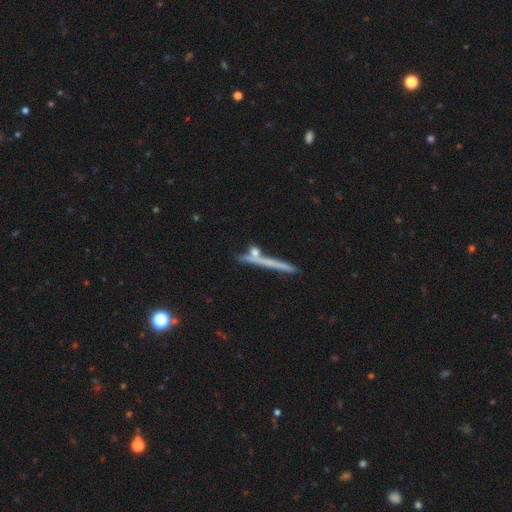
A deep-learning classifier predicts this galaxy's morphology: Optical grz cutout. It shows a smooth galaxy with no disk features (52%) that is cigar-shaped (66%). Merging: none (63%).